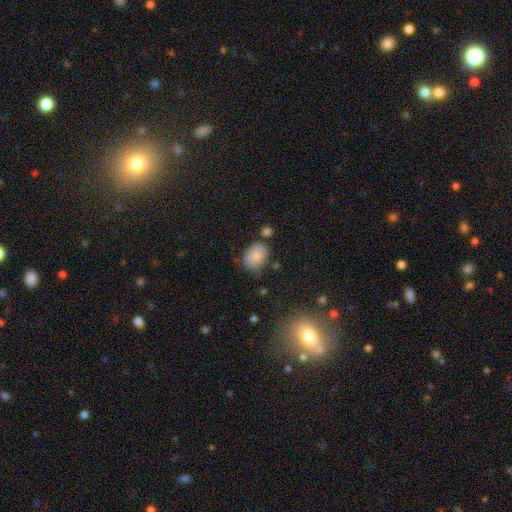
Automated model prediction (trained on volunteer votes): Smooth or featured? Predicted: smooth (p=0.79). How rounded? Predicted: in between (p=0.65). Merging? Predicted: none (p=0.64).